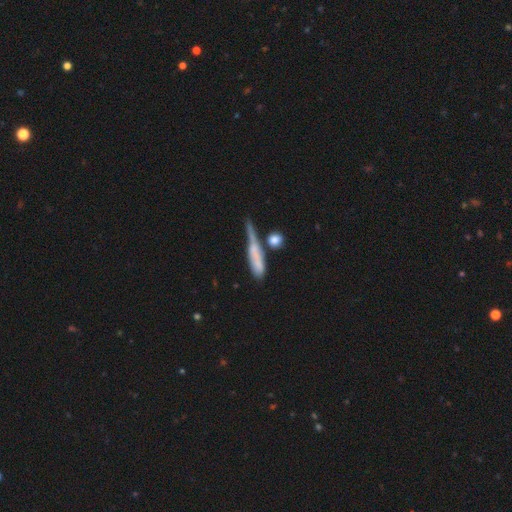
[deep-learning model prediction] Morphology: type=smooth (58%); roundness=cigar-shaped (77%); merging=none (35%).